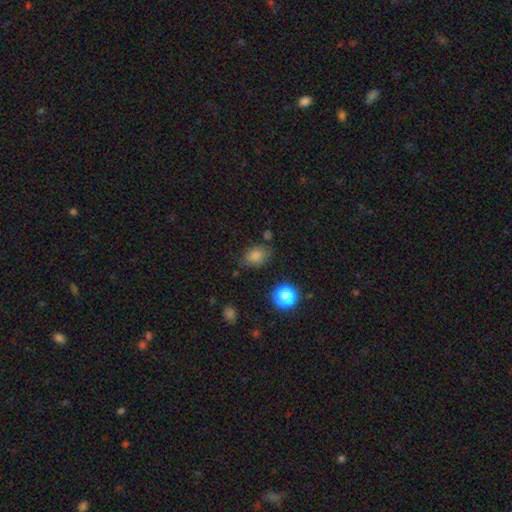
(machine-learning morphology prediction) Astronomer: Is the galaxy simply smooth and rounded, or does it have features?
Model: smooth — 80%.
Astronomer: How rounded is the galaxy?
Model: in between — 68%.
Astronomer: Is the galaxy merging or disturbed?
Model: none — 72%.